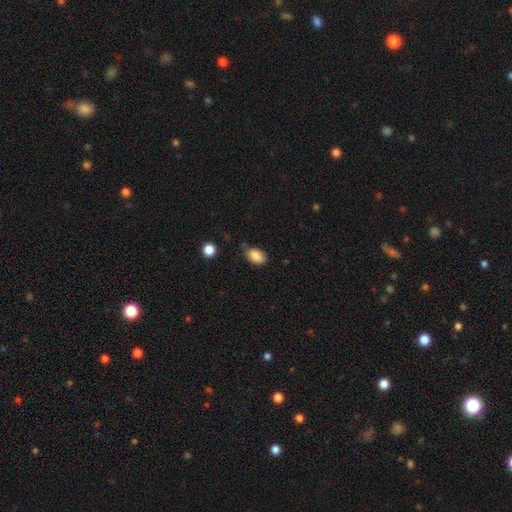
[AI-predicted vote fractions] Smooth or featured?
  - smooth: 87% *
  - star or artifact: 8%
  - featured or disk: 5%
How rounded?
  - in between: 89% *
  - round: 9%
  - cigar-shaped: 2%
Merging?
  - none: 67% *
  - minor disturbance: 24%
  - major disturbance: 5%
  - merger: 4%